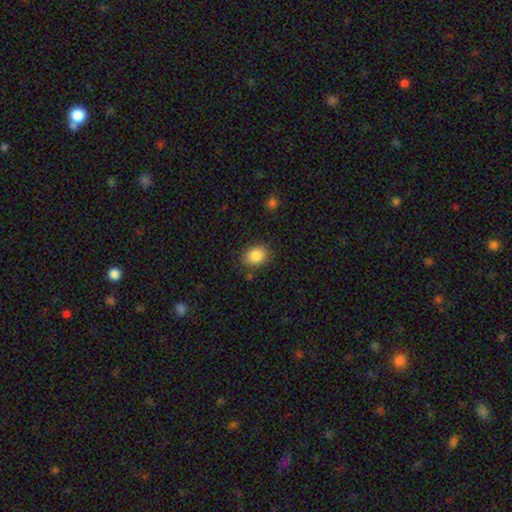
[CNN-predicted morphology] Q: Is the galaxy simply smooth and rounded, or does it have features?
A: smooth — 86%.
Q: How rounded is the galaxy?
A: in between — 61%.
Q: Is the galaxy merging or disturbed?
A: none — 82%.